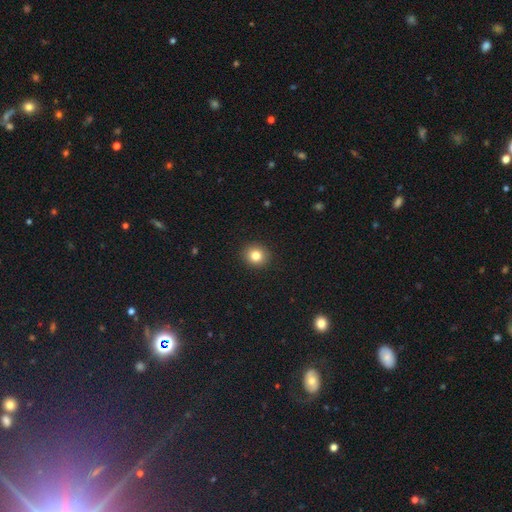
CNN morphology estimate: The model was most divided on "how rounded": round: 84%, in between: 15%, cigar-shaped: 1%. More confident: merging — none (92%); smooth or featured — smooth (82%).